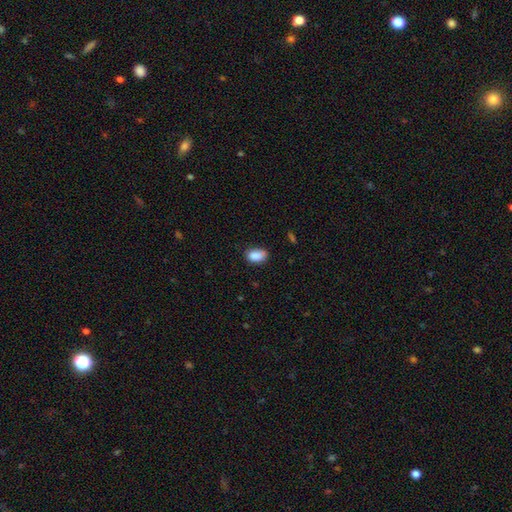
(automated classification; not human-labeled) This appears to be a smooth galaxy with no disk features (88%) that is in between round and cigar-shaped (90%). Merging: none (73%).